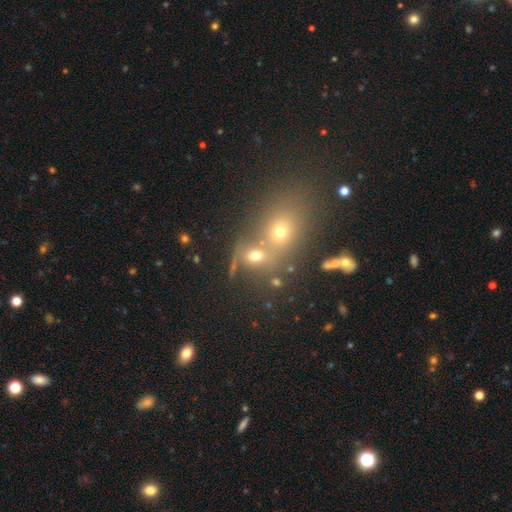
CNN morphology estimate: type=smooth (54%); roundness=round (57%); merging=merger (52%).